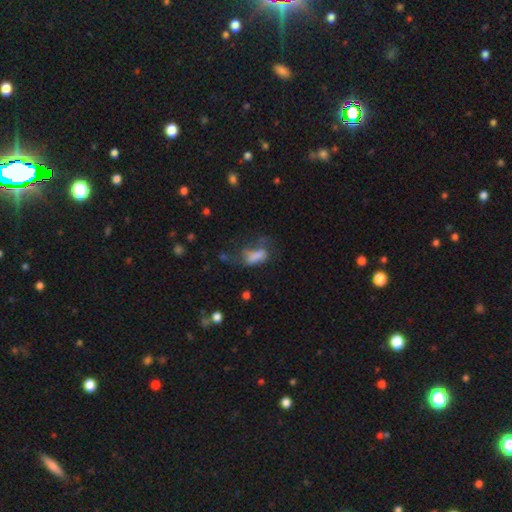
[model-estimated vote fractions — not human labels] Smooth or featured? Predicted: smooth (p=0.68). How rounded? Predicted: in between (p=0.86). Merging? Predicted: major disturbance (p=0.43).